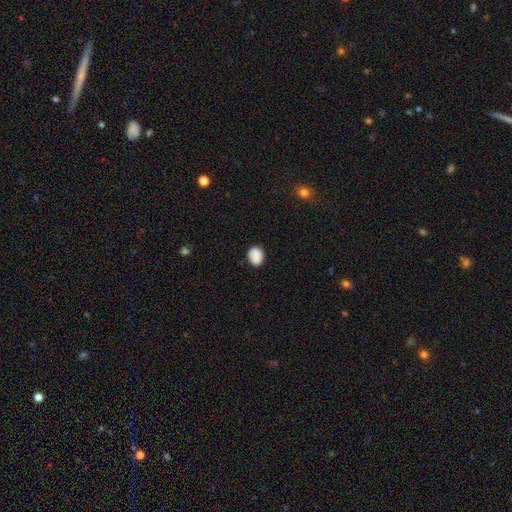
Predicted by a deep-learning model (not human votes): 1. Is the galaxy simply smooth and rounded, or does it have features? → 86% smooth, 8% star or artifact, 5% featured or disk.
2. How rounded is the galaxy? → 52% round, 47% in between, 1% cigar-shaped.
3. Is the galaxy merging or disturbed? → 83% none, 12% minor disturbance, 3% major disturbance, 1% merger.